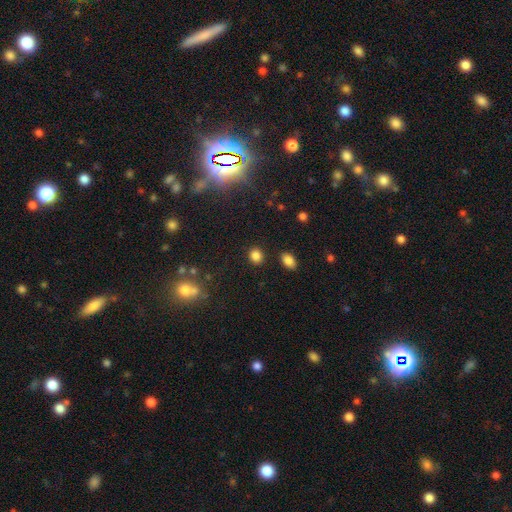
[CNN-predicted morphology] This appears to be a smooth galaxy with no disk features (84%) that is round (69%). Merging: none (87%).